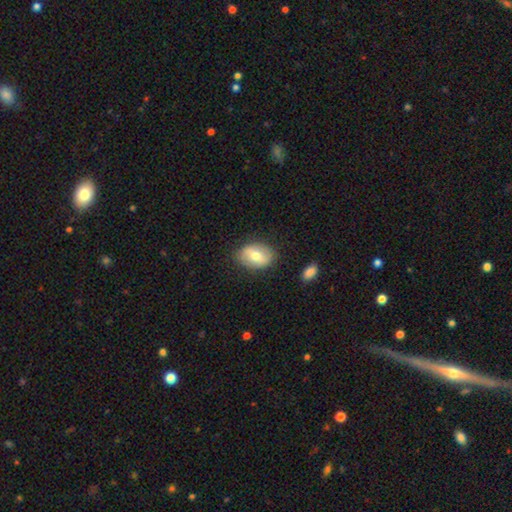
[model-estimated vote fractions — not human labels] smooth-or-featured: smooth: 62% | featured or disk: 32% | star or artifact: 7%
  how-rounded: in between: 80% | round: 18% | cigar-shaped: 1%
  merging: none: 82% | minor disturbance: 13% | major disturbance: 3% | merger: 2%